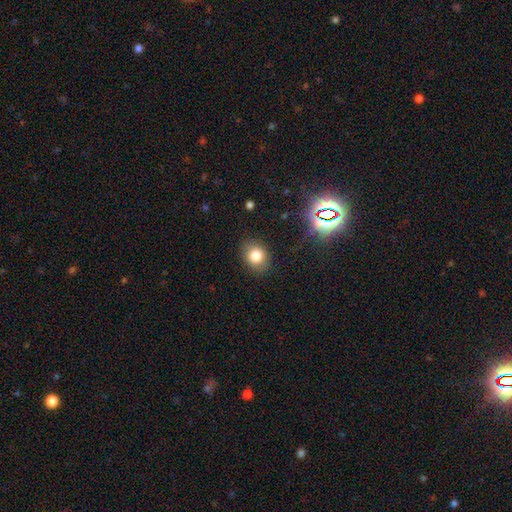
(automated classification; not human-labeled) Q: Smooth or featured?
A: smooth (80%); runner-up: star or artifact (12%)
Q: How rounded?
A: in between (51%); runner-up: round (48%)
Q: Merging?
A: none (84%); runner-up: minor disturbance (11%)